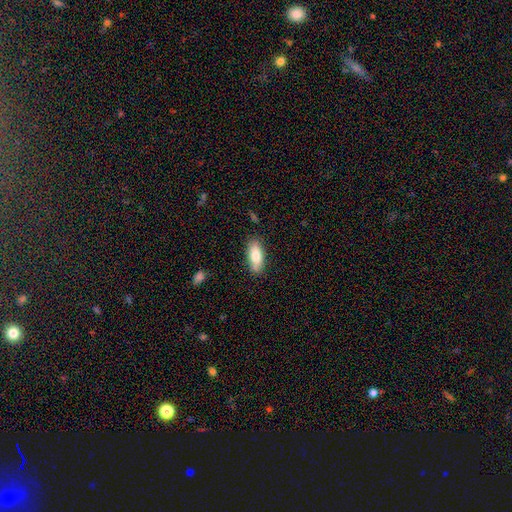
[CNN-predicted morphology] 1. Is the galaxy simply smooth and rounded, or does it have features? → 81% smooth, 13% featured or disk, 6% star or artifact.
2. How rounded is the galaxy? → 81% in between, 17% cigar-shaped, 2% round.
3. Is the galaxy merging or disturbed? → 83% none, 13% minor disturbance, 3% major disturbance, 2% merger.